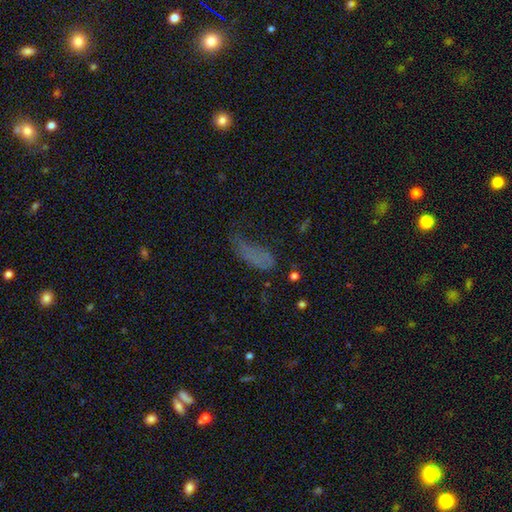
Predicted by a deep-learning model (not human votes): Smooth or featured?
  - smooth: 52% *
  - star or artifact: 24%
  - featured or disk: 24%
How rounded?
  - in between: 71% *
  - cigar-shaped: 23%
  - round: 6%
Merging?
  - major disturbance: 38% *
  - none: 33%
  - minor disturbance: 24%
  - merger: 5%